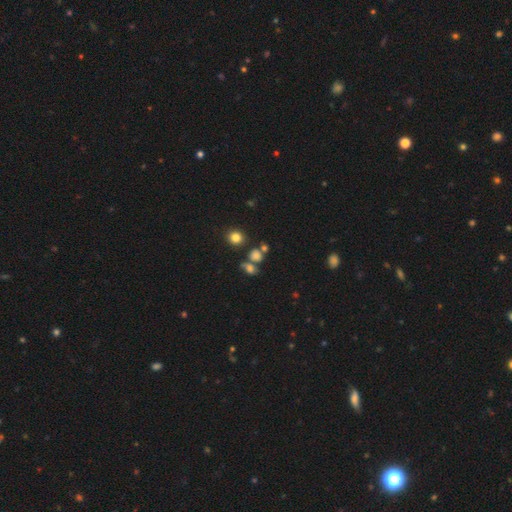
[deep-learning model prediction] Smooth or featured? Predicted: smooth (p=0.68). How rounded? Predicted: round (p=0.58). Merging? Predicted: none (p=0.48).